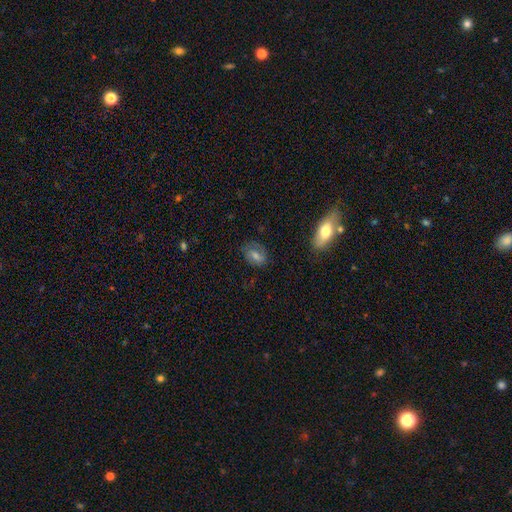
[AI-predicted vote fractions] Morphology: type=smooth (53%); roundness=in between (74%); merging=none (72%).